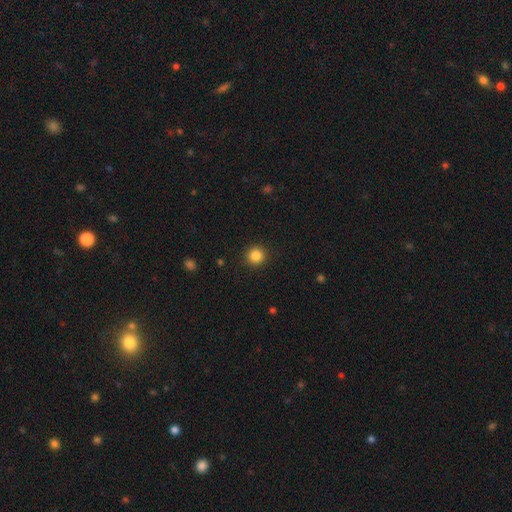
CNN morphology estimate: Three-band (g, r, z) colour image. It shows a smooth galaxy with no disk features (85%) that is round (94%). Merging: none (92%).